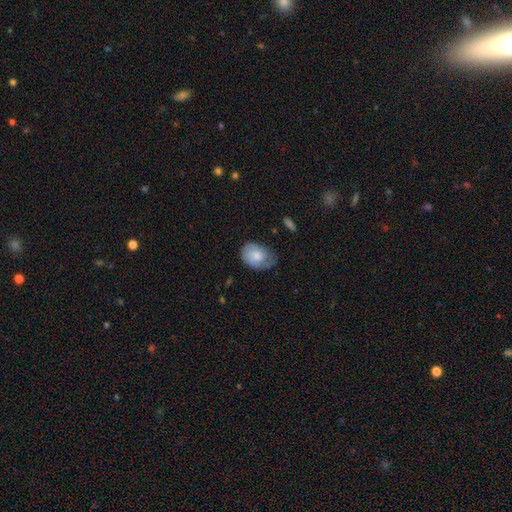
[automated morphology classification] A smooth galaxy with no disk features (63%) that is in between round and cigar-shaped (76%).

Vote fractions:
- Smooth or featured? smooth: 63% / featured or disk: 31% / star or artifact: 6%
- How rounded? in between: 76% / round: 23% / cigar-shaped: 1%
- Merging? none: 53% / minor disturbance: 35% / major disturbance: 10% / merger: 2%